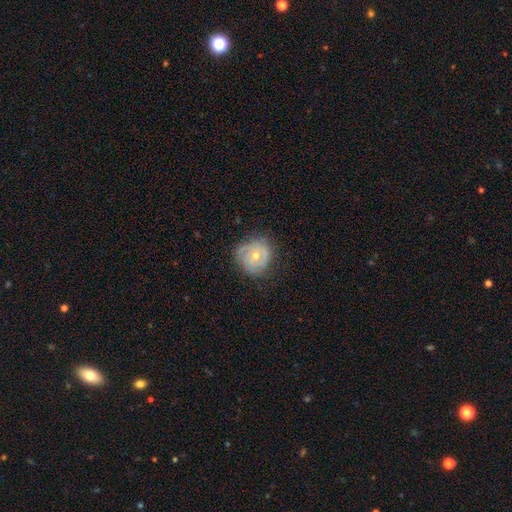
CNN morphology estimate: This is possibly a featured or disk galaxy (54%). It is clearly not viewed edge-on (96%). Bar: clearly no (81%). Spiral arm pattern: likely yes (67%). Central bulge: possibly moderate (58%). Merging: likely none (69%).